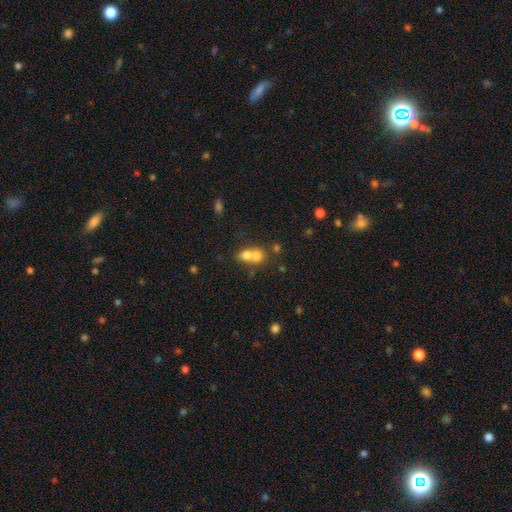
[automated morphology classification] The model was most divided on "how rounded": round: 63%, in between: 35%, cigar-shaped: 2%. More confident: smooth or featured — smooth (69%); merging — merger (69%).